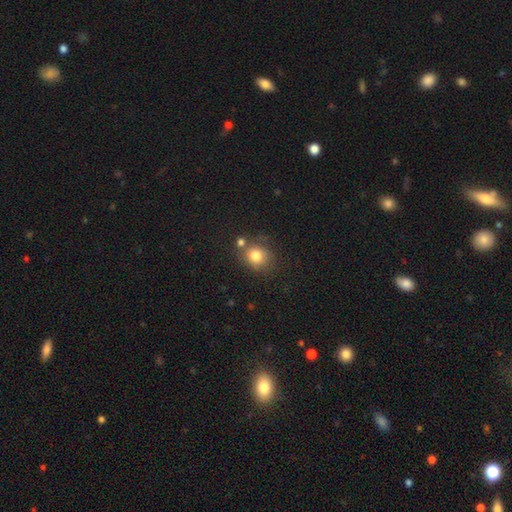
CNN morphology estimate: Smooth or featured: smooth — 80% (star or artifact — 11%)
How rounded: round — 76% (in between — 23%)
Merging: none — 65% (merger — 16%)